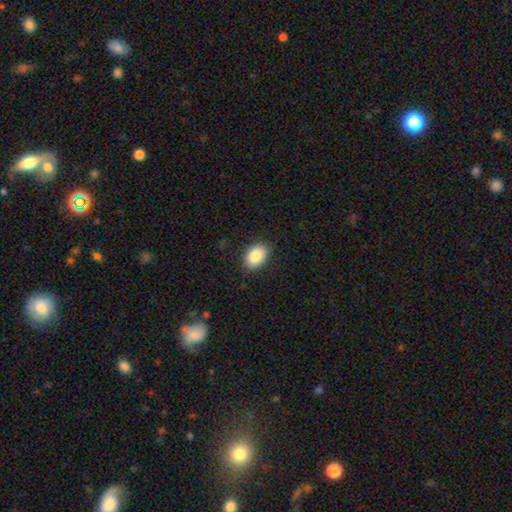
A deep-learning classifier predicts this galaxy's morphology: The model was most divided on "how rounded": in between: 84%, round: 15%, cigar-shaped: 1%. More confident: merging — none (87%); smooth or featured — smooth (86%).